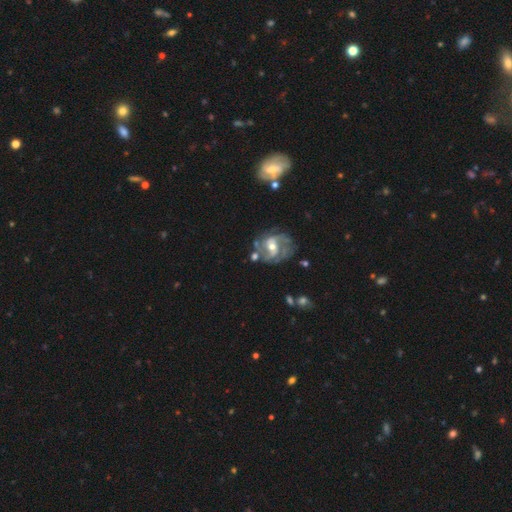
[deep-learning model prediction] Smooth or featured: featured or disk — 82% (smooth — 10%)
Edge-on disk: no — 97% (yes — 3%)
Bar: weak — 46% (no — 30%)
Spiral arms: yes — 90% (no — 10%)
Spiral winding: medium — 48% (tight — 31%)
Spiral arm count: 2 — 52% (can't tell — 19%)
Bulge size: moderate — 61% (small — 33%)
Merging: none — 58% (minor disturbance — 20%)